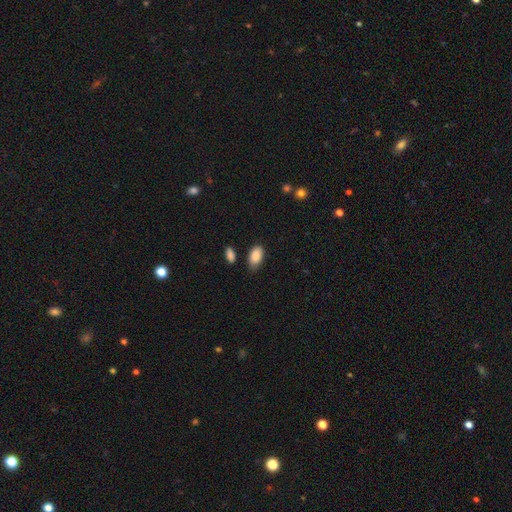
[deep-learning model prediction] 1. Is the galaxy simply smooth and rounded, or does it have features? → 89% smooth, 7% star or artifact, 5% featured or disk.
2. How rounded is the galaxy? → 94% in between, 4% round, 2% cigar-shaped.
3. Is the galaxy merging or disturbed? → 74% none, 19% minor disturbance, 4% merger, 4% major disturbance.